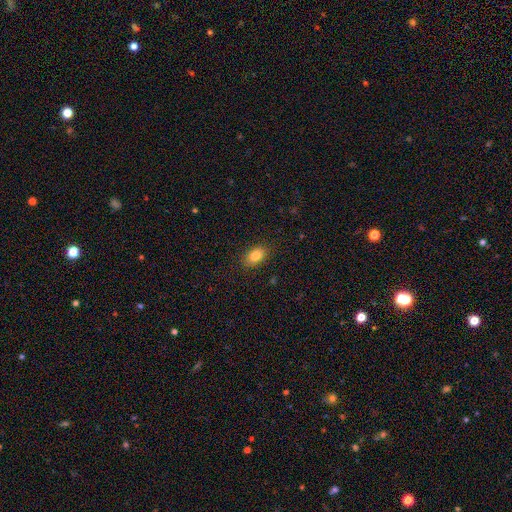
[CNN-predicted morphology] smooth 83%, star or artifact 9%, featured or disk 8%. Down the decision tree: how rounded — in between (88%); merging — none (87%).